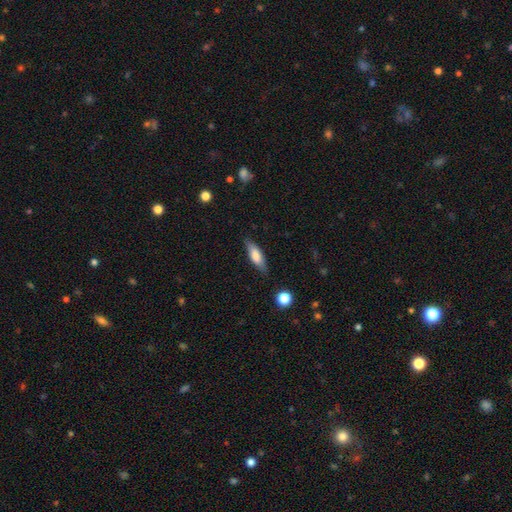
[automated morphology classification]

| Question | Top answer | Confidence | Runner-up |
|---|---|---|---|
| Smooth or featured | smooth | 72% | featured or disk (21%) |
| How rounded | cigar-shaped | 50% | in between (48%) |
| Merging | none | 80% | minor disturbance (15%) |